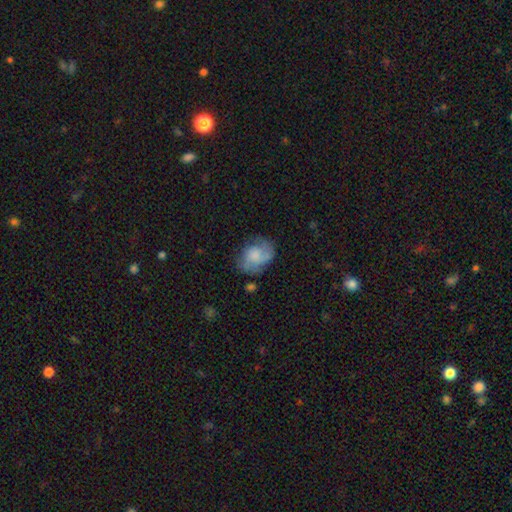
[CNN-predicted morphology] smooth_or_featured: smooth (p=0.53) [alt: featured or disk p=0.39]
how_rounded: in between (p=0.58) [alt: round p=0.41]
merging: none (p=0.53) [alt: minor disturbance p=0.27]